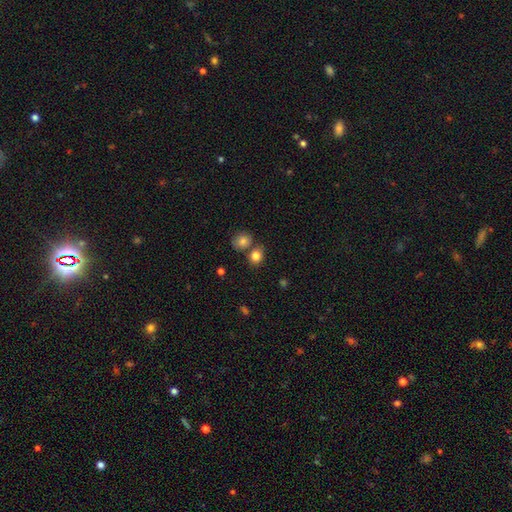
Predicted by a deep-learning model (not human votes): smooth_or_featured: smooth (p=0.82) [alt: star or artifact p=0.11]
how_rounded: round (p=0.63) [alt: in between p=0.36]
merging: none (p=0.61) [alt: merger p=0.25]